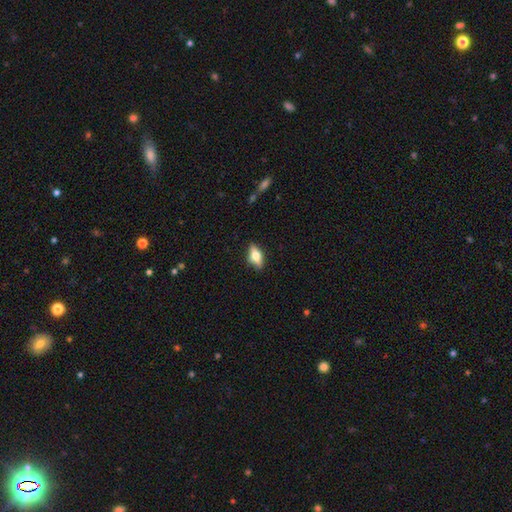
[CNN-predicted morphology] Smooth or featured? Predicted: smooth (p=0.50). How rounded? Predicted: in between (p=0.74). Merging? Predicted: none (p=0.83).